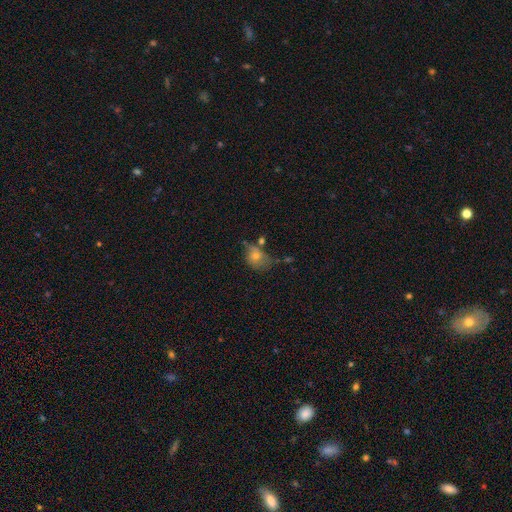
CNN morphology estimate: A smooth galaxy with no disk features (64%) that is in between round and cigar-shaped (57%).

Vote fractions:
- Smooth or featured? smooth: 64% / featured or disk: 24% / star or artifact: 12%
- How rounded? in between: 57% / round: 41% / cigar-shaped: 1%
- Merging? none: 32% / minor disturbance: 29% / major disturbance: 23% / merger: 17%